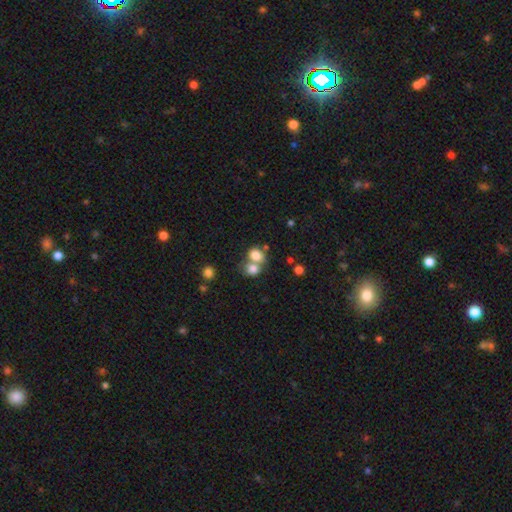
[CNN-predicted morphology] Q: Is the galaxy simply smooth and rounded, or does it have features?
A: smooth — 79%.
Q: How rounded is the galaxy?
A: round — 54%.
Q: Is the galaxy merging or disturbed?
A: merger — 55%.